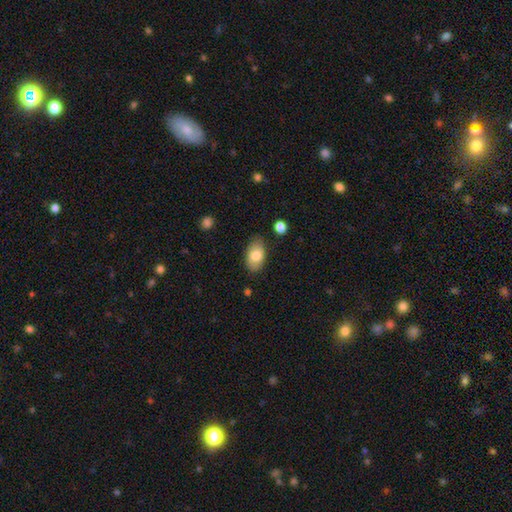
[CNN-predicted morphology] This is likely a smooth galaxy (80%). How rounded: clearly in between (92%). Merging: clearly none (81%).